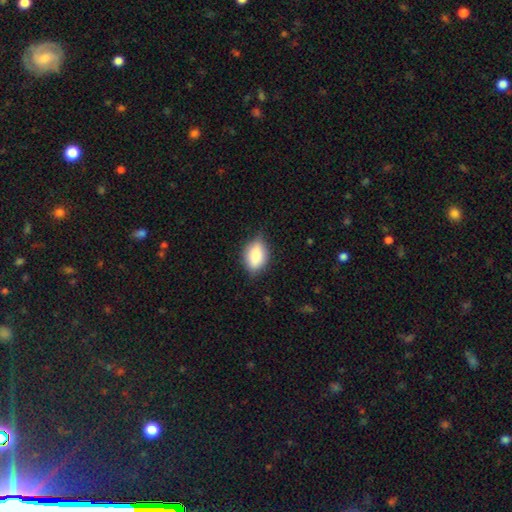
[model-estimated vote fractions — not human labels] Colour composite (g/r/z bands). It shows a smooth galaxy with no disk features (80%) that is in between round and cigar-shaped (83%). Merging: none (70%).